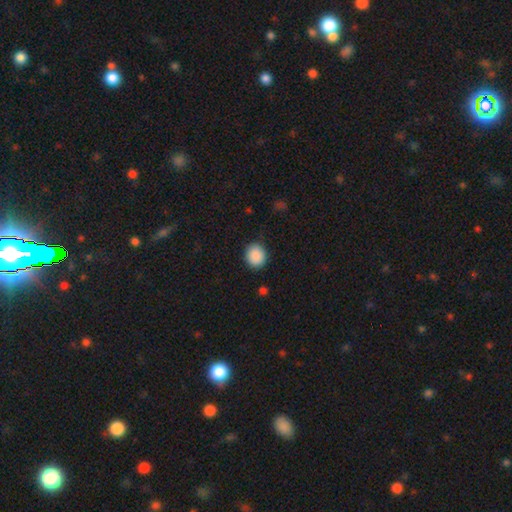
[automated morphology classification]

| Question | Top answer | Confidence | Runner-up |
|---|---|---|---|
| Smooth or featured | smooth | 89% | star or artifact (8%) |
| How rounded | round | 80% | in between (19%) |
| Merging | none | 88% | minor disturbance (9%) |